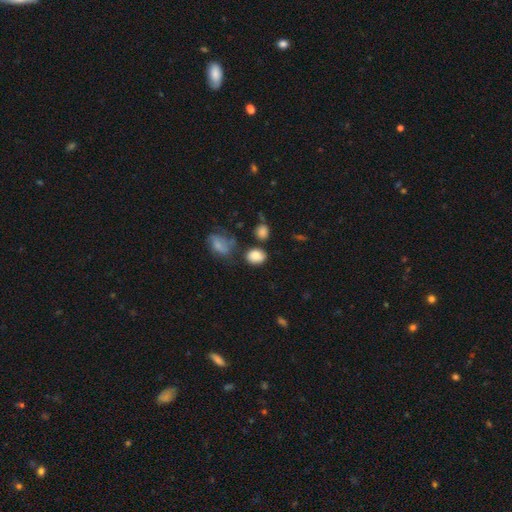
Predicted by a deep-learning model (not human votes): smooth_or_featured: smooth (p=0.83) [alt: star or artifact p=0.09]
how_rounded: in between (p=0.56) [alt: round p=0.43]
merging: none (p=0.68) [alt: minor disturbance p=0.17]